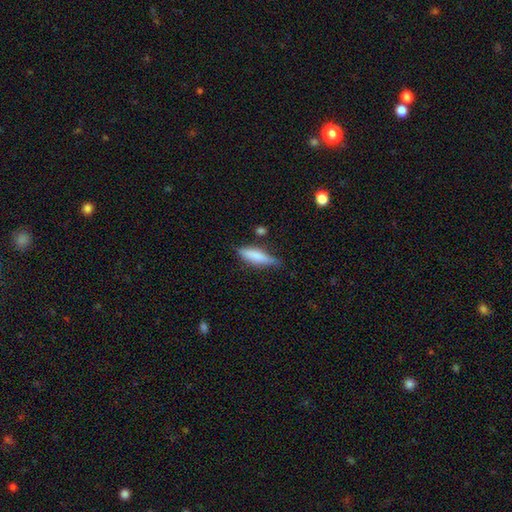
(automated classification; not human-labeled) A smooth galaxy with no disk features (71%) that is cigar-shaped (63%).

Vote fractions:
- Smooth or featured? smooth: 71% / featured or disk: 22% / star or artifact: 7%
- How rounded? cigar-shaped: 63% / in between: 35% / round: 2%
- Merging? none: 65% / minor disturbance: 25% / major disturbance: 6% / merger: 5%